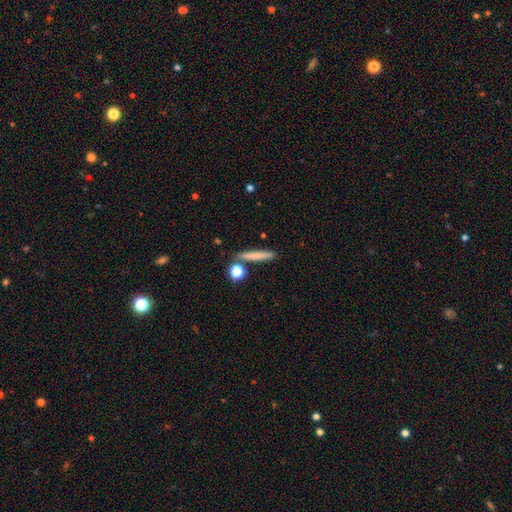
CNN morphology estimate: A smooth galaxy with no disk features (76%) that is cigar-shaped (88%).

Vote fractions:
- Smooth or featured? smooth: 76% / featured or disk: 17% / star or artifact: 7%
- How rounded? cigar-shaped: 88% / in between: 7% / round: 5%
- Merging? none: 81% / minor disturbance: 9% / merger: 7% / major disturbance: 3%